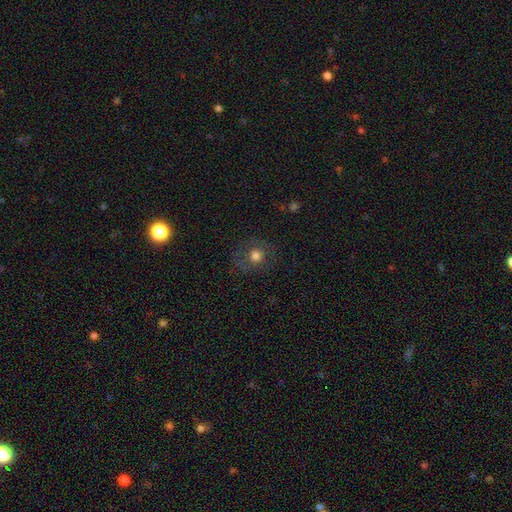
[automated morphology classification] A smooth galaxy with no disk features (69%) that is round (87%). Merging: none (81%).